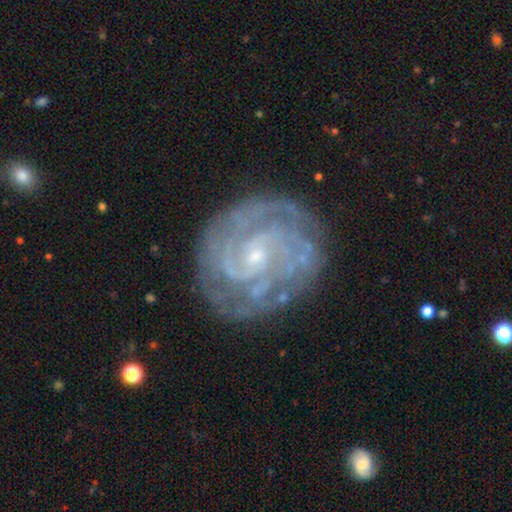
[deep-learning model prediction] This appears to be a featured or disk galaxy (88%) with no bar (58%), 2 (34%) tight (71%) spiral arms (97%) and a small central bulge (81%). Merging: none (79%).